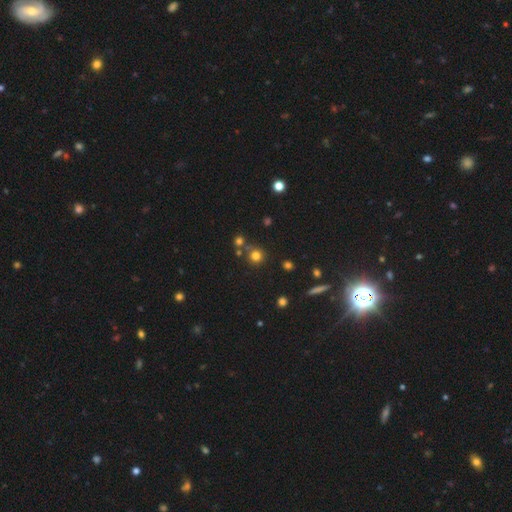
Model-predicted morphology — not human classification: A smooth galaxy with no disk features (74%) that is round (92%).

Vote fractions:
- Smooth or featured? smooth: 74% / star or artifact: 18% / featured or disk: 7%
- How rounded? round: 92% / in between: 7% / cigar-shaped: 1%
- Merging? none: 74% / merger: 15% / minor disturbance: 8% / major disturbance: 3%